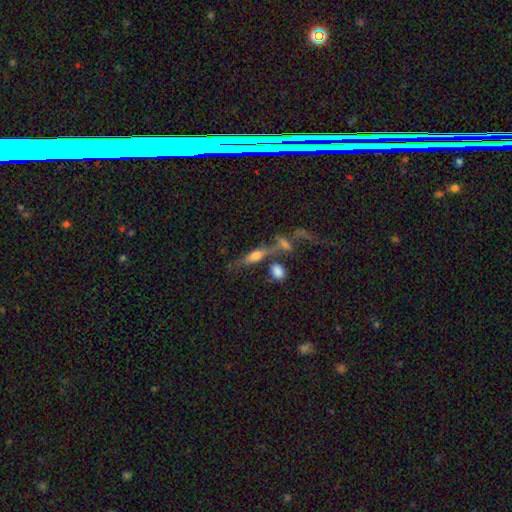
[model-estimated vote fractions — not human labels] Q: Smooth or featured?
A: featured or disk (50%); runner-up: smooth (39%)
Q: Edge-on disk?
A: yes (74%); runner-up: no (26%)
Q: Merging?
A: none (44%); runner-up: merger (29%)